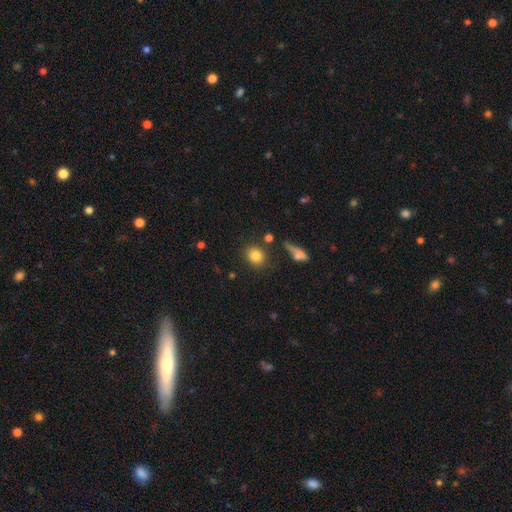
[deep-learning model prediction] Smooth or featured? smooth (82%)
How rounded? round (73%)
Merging? none (80%)